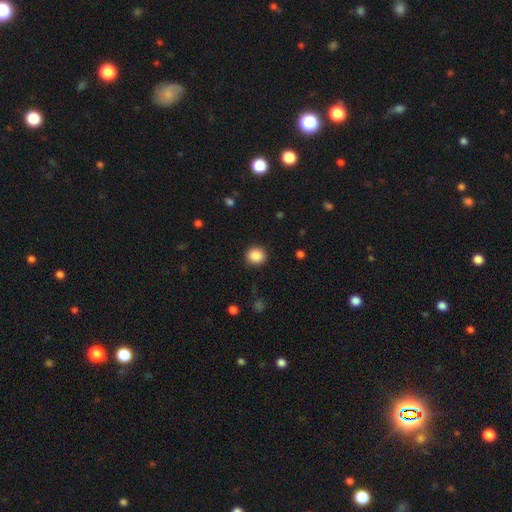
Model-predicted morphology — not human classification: smooth 88%, star or artifact 9%, featured or disk 3%. Down the decision tree: how rounded — round (82%); merging — none (90%).